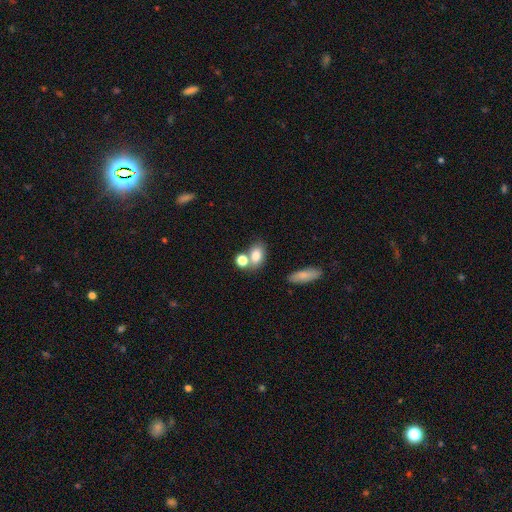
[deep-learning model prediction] smooth-or-featured: smooth: 79% | featured or disk: 11% | star or artifact: 10%
  how-rounded: in between: 75% | round: 23% | cigar-shaped: 2%
  merging: none: 50% | merger: 33% | minor disturbance: 12% | major disturbance: 5%